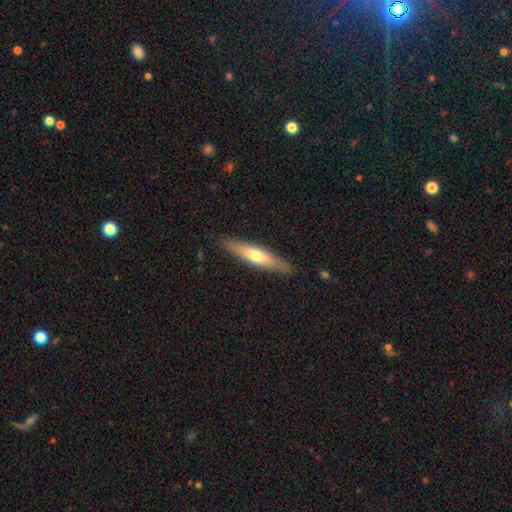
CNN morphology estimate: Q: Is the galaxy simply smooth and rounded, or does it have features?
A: smooth — 52%.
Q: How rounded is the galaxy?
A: cigar-shaped — 82%.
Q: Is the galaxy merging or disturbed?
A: none — 88%.